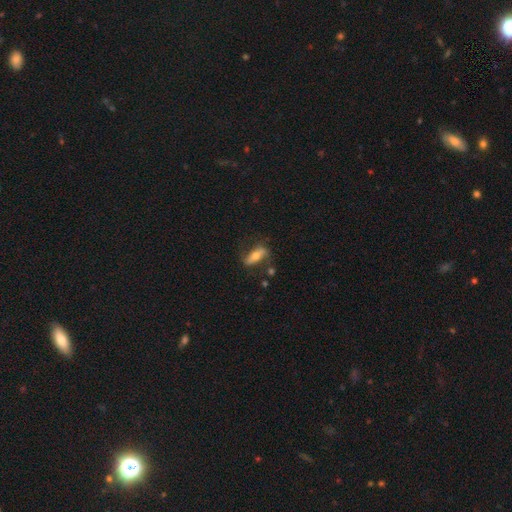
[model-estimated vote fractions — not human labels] A featured or disk galaxy (51%).

Vote fractions:
- Smooth or featured? featured or disk: 51% / smooth: 42% / star or artifact: 7%
- Edge-on disk? no: 65% / yes: 35%
- Merging? none: 65% / minor disturbance: 20% / major disturbance: 10% / merger: 4%